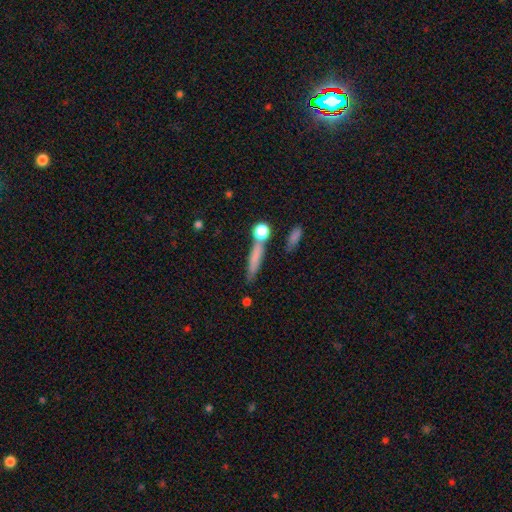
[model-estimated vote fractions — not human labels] smooth_or_featured: smooth (p=0.68) [alt: featured or disk p=0.22]
how_rounded: cigar-shaped (p=0.83) [alt: in between p=0.10]
merging: none (p=0.69) [alt: minor disturbance p=0.13]